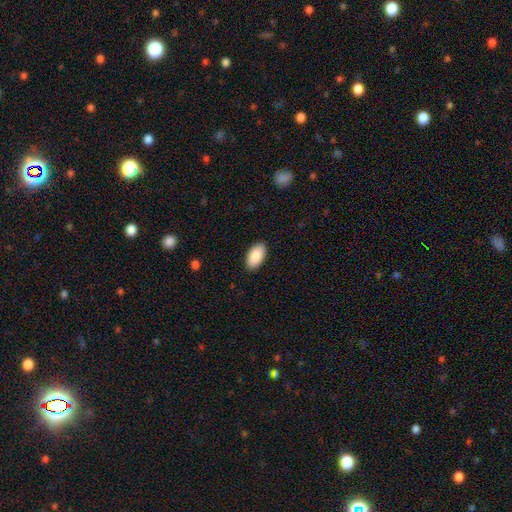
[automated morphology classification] Smooth or featured: smooth — 89% (star or artifact — 6%)
How rounded: in between — 96% (round — 2%)
Merging: none — 89% (minor disturbance — 8%)